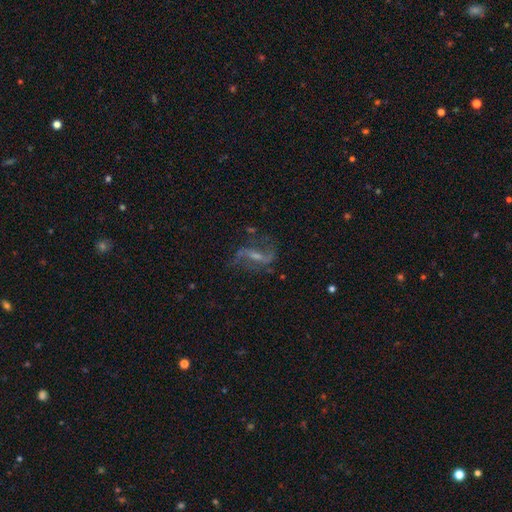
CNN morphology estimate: A featured or disk galaxy (81%) with a weak bar (43%), 2 (87%) loose (74%) spiral arms (92%) and a small central bulge (53%).

Vote fractions:
- Smooth or featured? featured or disk: 81% / star or artifact: 10% / smooth: 9%
- Edge-on disk? no: 93% / yes: 7%
- Bar? weak: 43% / strong: 37% / no: 21%
- Spiral arms? yes: 92% / no: 8%
- Spiral winding? loose: 74% / medium: 21% / tight: 5%
- Spiral arm count? 2: 87% / can't tell: 5% / 1: 4% / 3: 2% / 4: 1% / more than 4: 1%
- Bulge size? small: 53% / moderate: 28% / none: 16% / large: 2% / dominant: 1%
- Merging? none: 67% / minor disturbance: 16% / major disturbance: 14% / merger: 3%